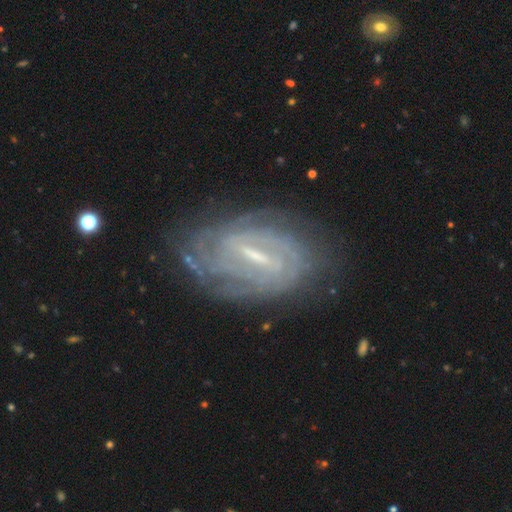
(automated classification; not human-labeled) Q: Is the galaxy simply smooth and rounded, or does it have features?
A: featured or disk — 86%.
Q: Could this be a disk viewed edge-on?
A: no — 95%.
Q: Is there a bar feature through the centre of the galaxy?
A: strong — 57%.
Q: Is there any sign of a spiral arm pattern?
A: yes — 93%.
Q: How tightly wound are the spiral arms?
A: tight — 72%.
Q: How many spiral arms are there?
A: can't tell — 43%.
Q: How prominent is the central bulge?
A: small — 56%.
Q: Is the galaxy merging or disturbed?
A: none — 75%.